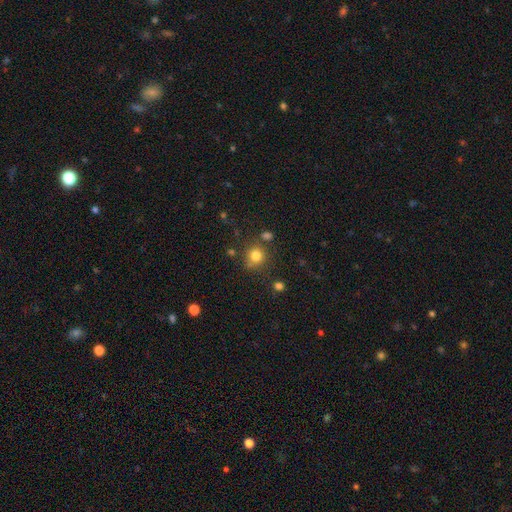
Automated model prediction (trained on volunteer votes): smooth-or-featured: smooth: 80% | star or artifact: 14% | featured or disk: 7%
  how-rounded: round: 91% | in between: 8% | cigar-shaped: 1%
  merging: none: 77% | minor disturbance: 10% | merger: 9% | major disturbance: 4%